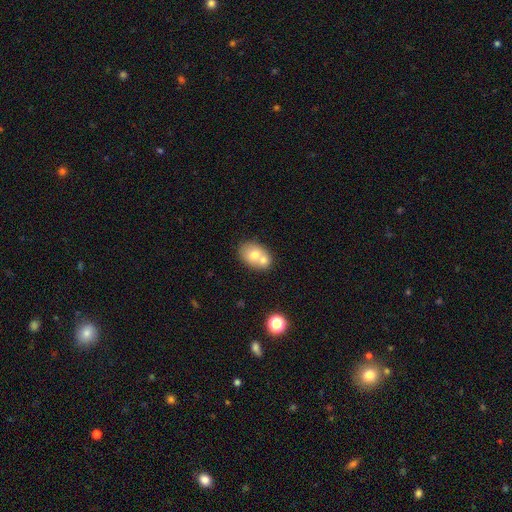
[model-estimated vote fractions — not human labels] Q: Smooth or featured?
A: smooth (68%); runner-up: featured or disk (23%)
Q: How rounded?
A: in between (65%); runner-up: round (34%)
Q: Merging?
A: merger (54%); runner-up: none (34%)